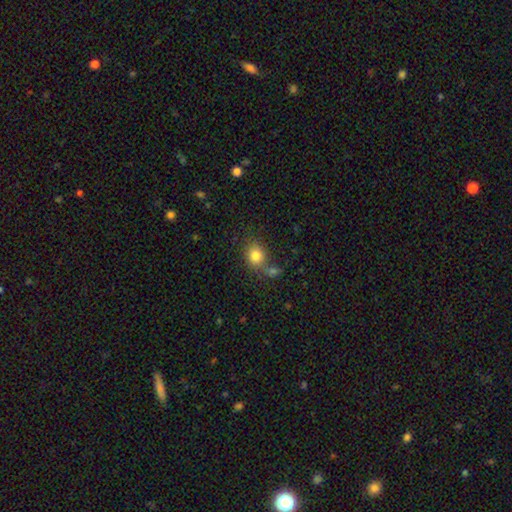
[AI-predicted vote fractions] This is clearly a smooth galaxy (81%). How rounded: likely round (65%). Merging: possibly none (59%).